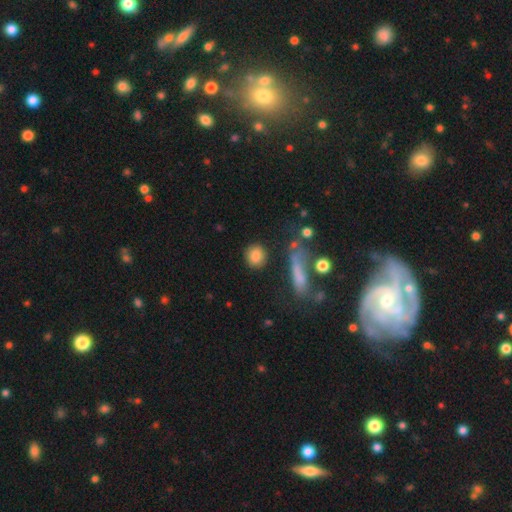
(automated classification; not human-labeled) The model was most divided on "how rounded": round: 78%, in between: 17%, cigar-shaped: 5%. More confident: merging — none (84%); smooth or featured — smooth (84%).